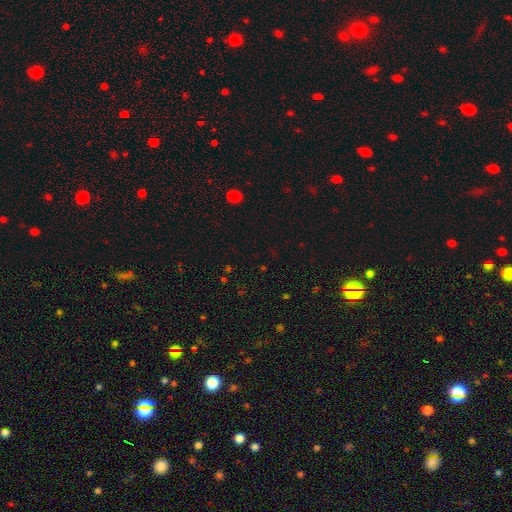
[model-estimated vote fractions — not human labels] Morphology: type=star or artifact (59%).